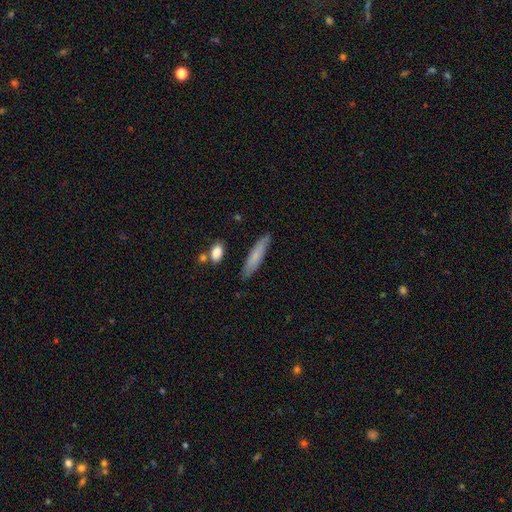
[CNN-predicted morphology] Smooth or featured? smooth (72%)
How rounded? cigar-shaped (84%)
Merging? none (85%)